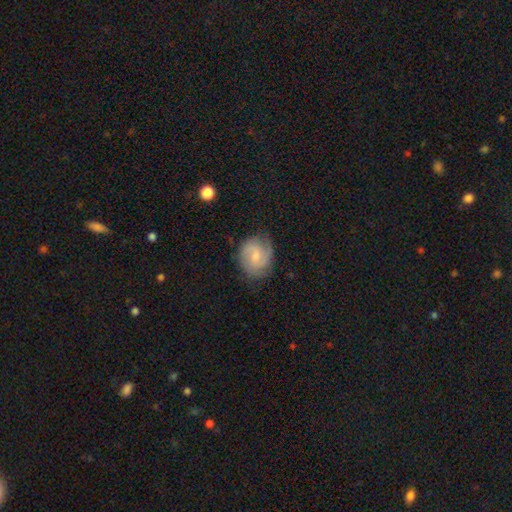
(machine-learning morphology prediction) This appears to be a featured or disk galaxy (54%) with a weak bar (54%), spiral arms (89%) and a small central bulge (48%). Merging: none (69%).